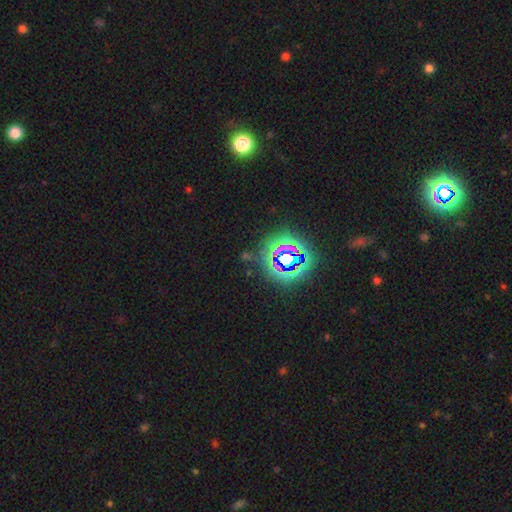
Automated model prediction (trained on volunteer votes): Smooth or featured: star or artifact — 68% (smooth — 18%)